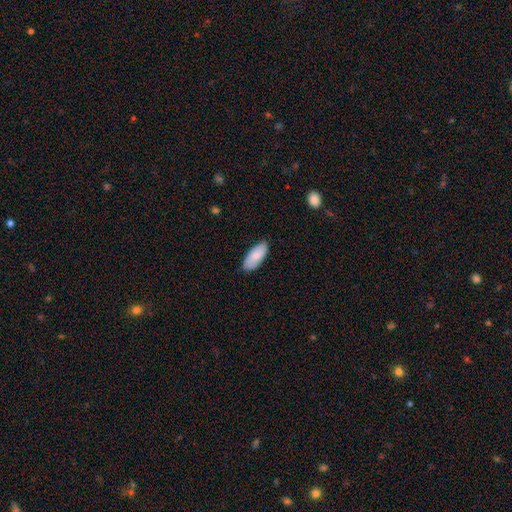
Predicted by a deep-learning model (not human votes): Morphology: type=smooth (86%); roundness=in between (88%); merging=none (83%).